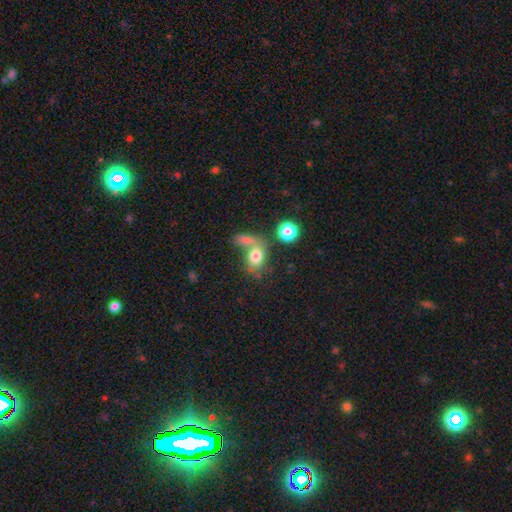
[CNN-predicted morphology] smooth-or-featured: smooth: 73% | featured or disk: 15% | star or artifact: 11%
  how-rounded: in between: 68% | round: 30% | cigar-shaped: 3%
  merging: merger: 41% | none: 35% | minor disturbance: 12% | major disturbance: 11%